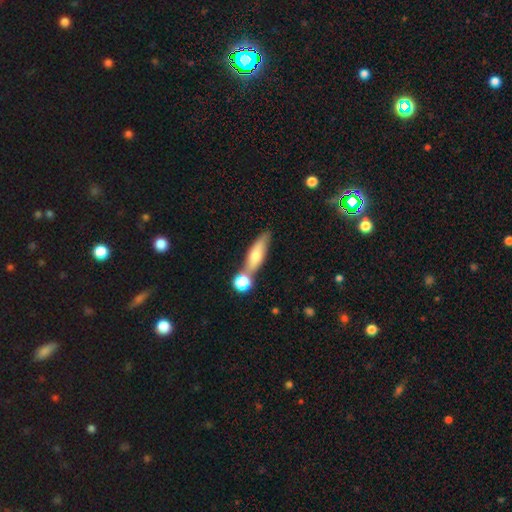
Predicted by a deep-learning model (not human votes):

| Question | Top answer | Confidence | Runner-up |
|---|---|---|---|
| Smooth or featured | smooth | 63% | featured or disk (29%) |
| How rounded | cigar-shaped | 53% | in between (41%) |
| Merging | none | 51% | merger (31%) |